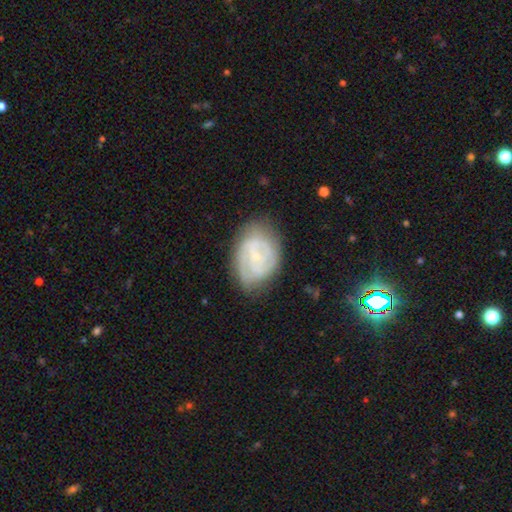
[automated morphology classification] Smooth or featured? Predicted: featured or disk (p=0.72). Edge-on disk? Predicted: no (p=0.97). Bar? Predicted: no (p=0.48). Spiral arms? Predicted: yes (p=0.85). Spiral winding? Predicted: tight (p=0.57). Spiral arm count? Predicted: 2 (p=0.40). Bulge size? Predicted: small (p=0.73). Merging? Predicted: none (p=0.68).